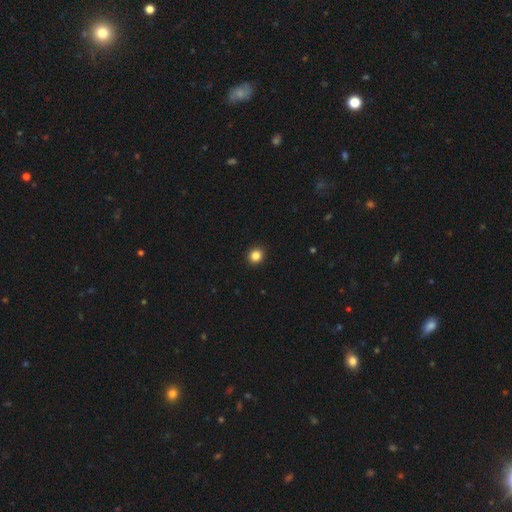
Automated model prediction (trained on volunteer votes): Smooth or featured? smooth (85%)
How rounded? round (88%)
Merging? none (93%)